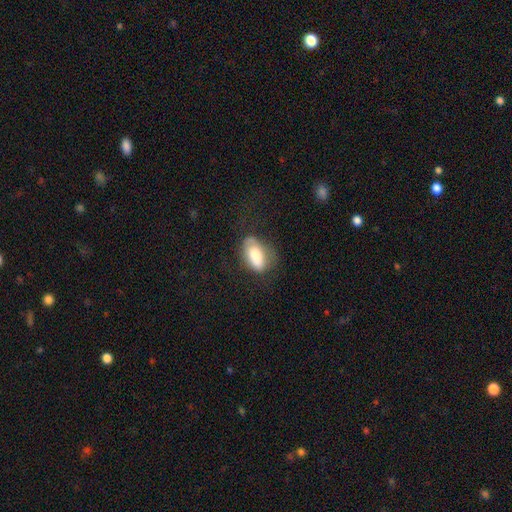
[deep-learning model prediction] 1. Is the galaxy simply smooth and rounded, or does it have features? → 76% smooth, 17% featured or disk, 7% star or artifact.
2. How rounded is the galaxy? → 90% in between, 5% round, 4% cigar-shaped.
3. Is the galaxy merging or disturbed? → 56% none, 27% minor disturbance, 15% major disturbance, 2% merger.